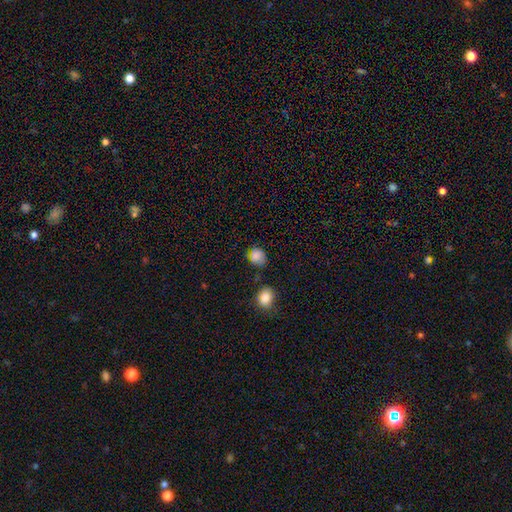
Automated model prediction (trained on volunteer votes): smooth 84%, star or artifact 11%, featured or disk 5%. Down the decision tree: how rounded — round (63%); merging — none (65%).